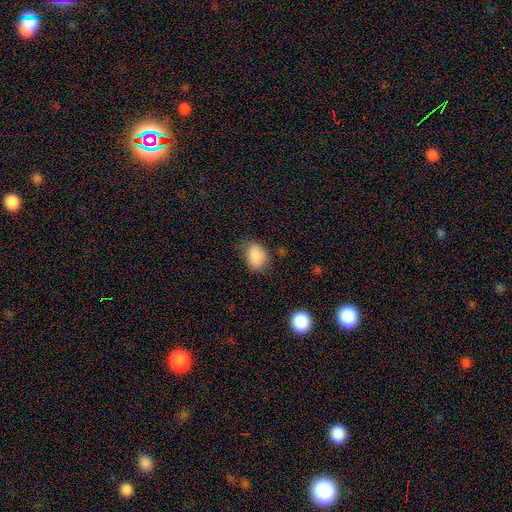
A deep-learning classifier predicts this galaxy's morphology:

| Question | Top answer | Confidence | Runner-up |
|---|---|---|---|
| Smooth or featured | smooth | 88% | star or artifact (8%) |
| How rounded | in between | 78% | round (21%) |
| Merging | none | 70% | minor disturbance (23%) |